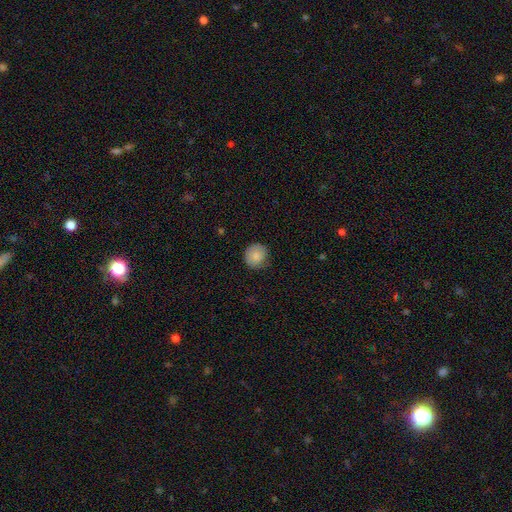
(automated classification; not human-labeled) Smooth or featured? smooth (84%)
How rounded? round (91%)
Merging? none (77%)